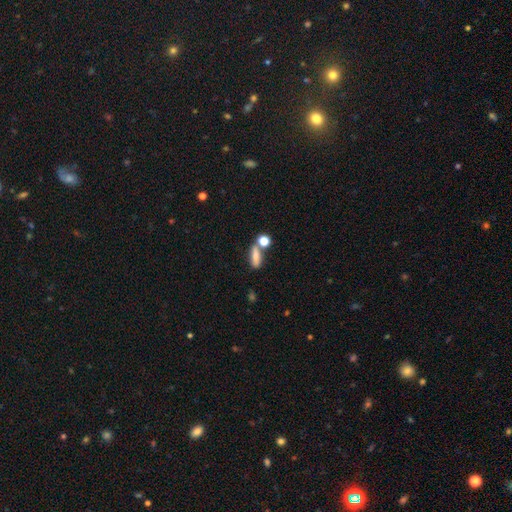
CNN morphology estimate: This is likely a smooth galaxy (76%). How rounded: possibly in between (49%). Merging: possibly none (54%).